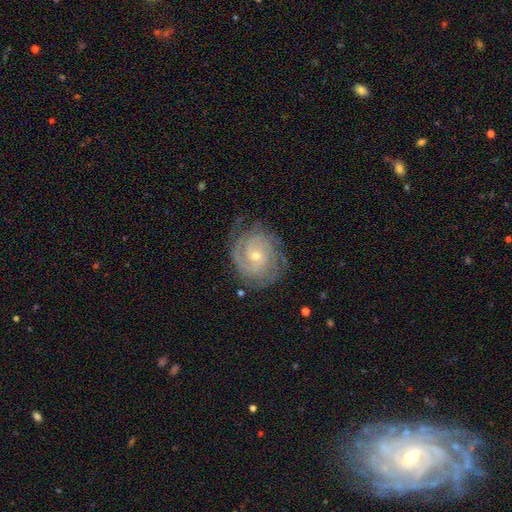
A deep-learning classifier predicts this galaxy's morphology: Smooth or featured? Predicted: featured or disk (p=0.88). Edge-on disk? Predicted: no (p=0.97). Bar? Predicted: no (p=0.65). Spiral arms? Predicted: yes (p=0.98). Spiral winding? Predicted: tight (p=0.78). Spiral arm count? Predicted: 2 (p=0.32). Bulge size? Predicted: small (p=0.63). Merging? Predicted: none (p=0.78).